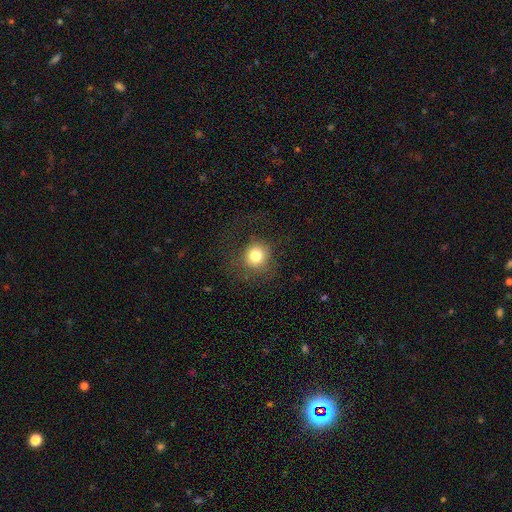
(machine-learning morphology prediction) The model was most divided on "merging": none: 74%, minor disturbance: 13%, major disturbance: 12%, merger: 1%. More confident: how rounded — round (91%); smooth or featured — smooth (79%).